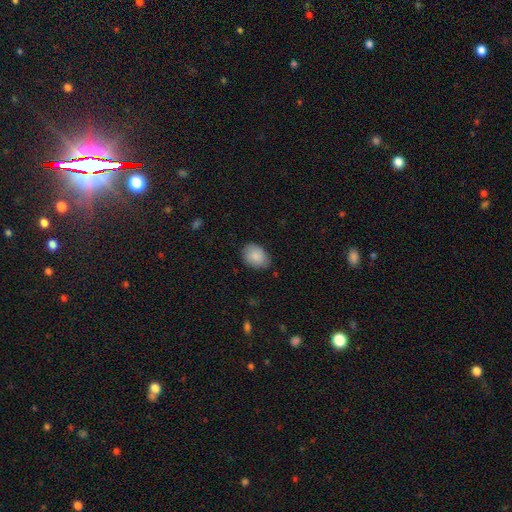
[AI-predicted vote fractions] smooth_or_featured: smooth (p=0.87) [alt: featured or disk p=0.07]
how_rounded: in between (p=0.73) [alt: round p=0.26]
merging: none (p=0.75) [alt: minor disturbance p=0.20]